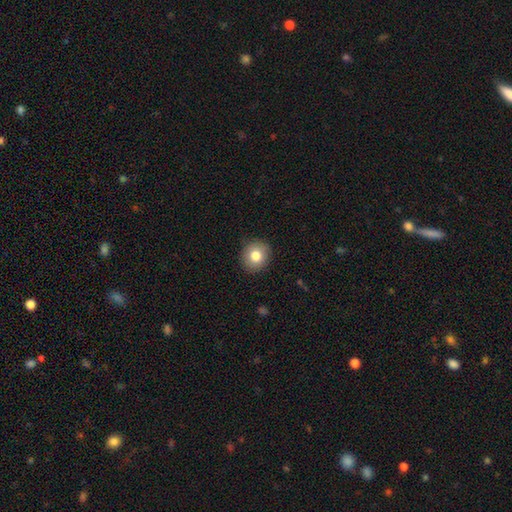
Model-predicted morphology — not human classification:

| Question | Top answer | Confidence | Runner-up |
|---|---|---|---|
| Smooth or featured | smooth | 82% | featured or disk (9%) |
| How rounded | round | 80% | in between (19%) |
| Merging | none | 89% | minor disturbance (8%) |